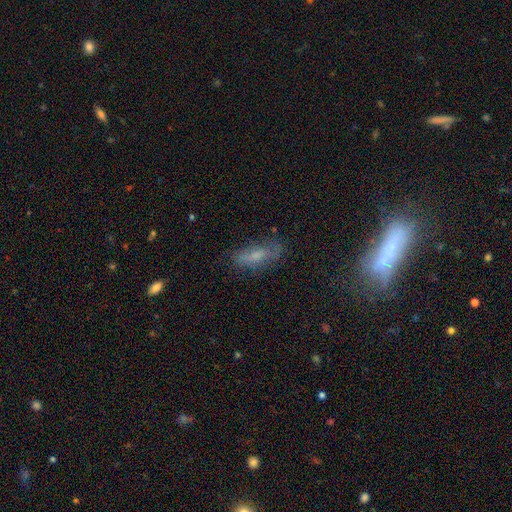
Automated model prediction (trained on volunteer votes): Morphology: type=smooth (56%); roundness=in between (50%); merging=none (67%).